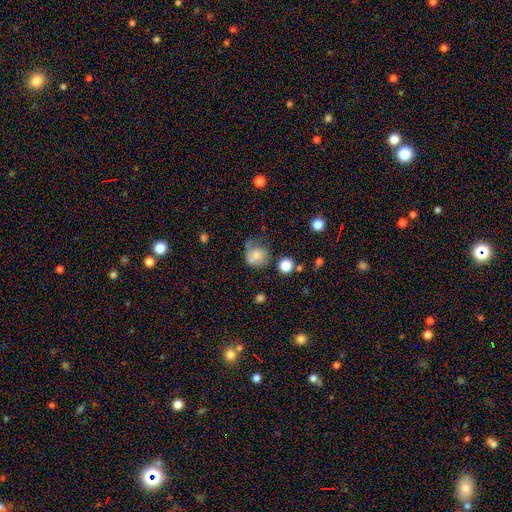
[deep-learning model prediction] Q: Smooth or featured?
A: smooth (64%); runner-up: featured or disk (24%)
Q: How rounded?
A: round (77%); runner-up: in between (22%)
Q: Merging?
A: none (37%); runner-up: minor disturbance (26%)